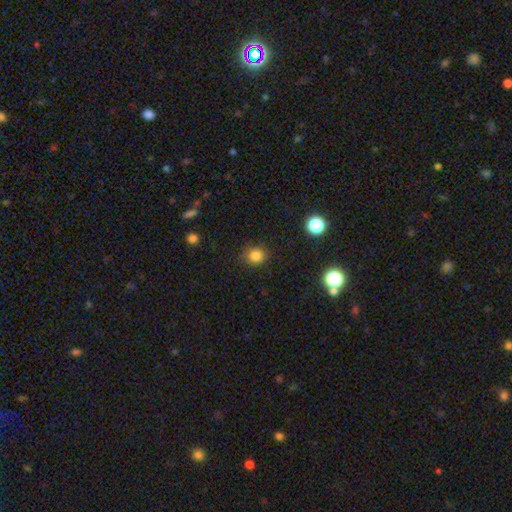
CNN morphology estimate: A smooth galaxy with no disk features (83%) that is round (82%).

Vote fractions:
- Smooth or featured? smooth: 83% / star or artifact: 13% / featured or disk: 4%
- How rounded? round: 82% / in between: 17% / cigar-shaped: 1%
- Merging? none: 85% / minor disturbance: 10% / major disturbance: 3% / merger: 1%